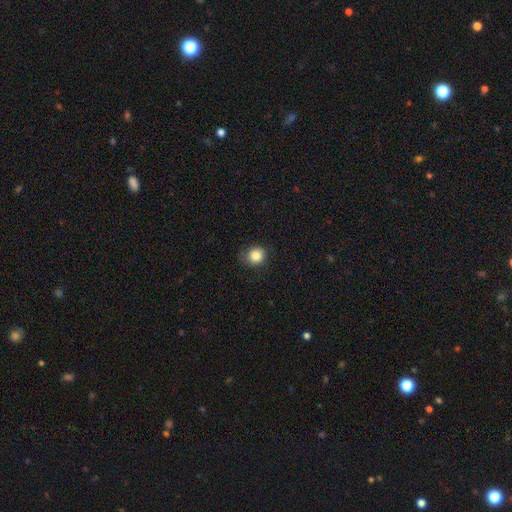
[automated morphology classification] type=smooth (84%); roundness=round (79%); merging=none (75%).